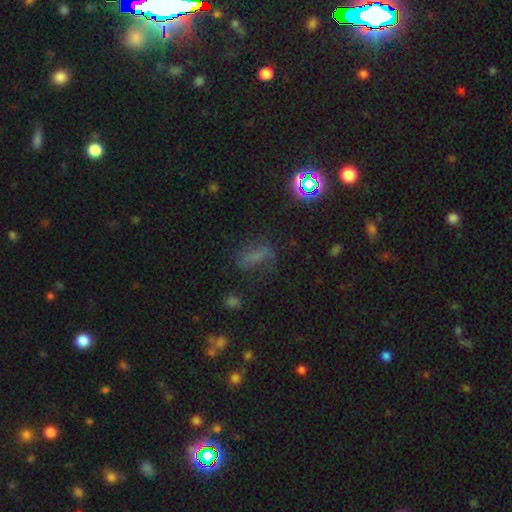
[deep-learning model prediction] This is possibly a smooth galaxy (46%). Merging: possibly none (58%).